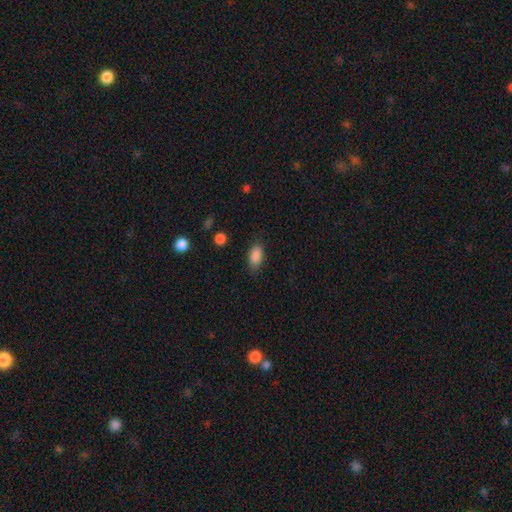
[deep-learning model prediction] Smooth or featured? smooth (88%)
How rounded? in between (89%)
Merging? none (83%)